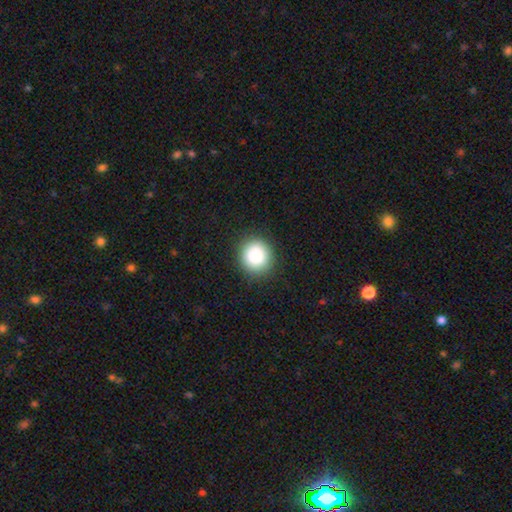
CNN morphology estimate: type=smooth (85%); roundness=round (88%); merging=none (90%).